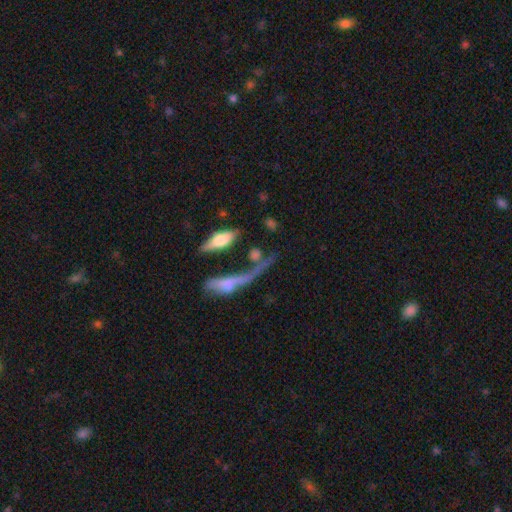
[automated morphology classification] smooth_or_featured: smooth (p=0.55) [alt: featured or disk p=0.32]
how_rounded: in between (p=0.46) [alt: cigar-shaped p=0.33]
merging: merger (p=0.36) [alt: none p=0.33]